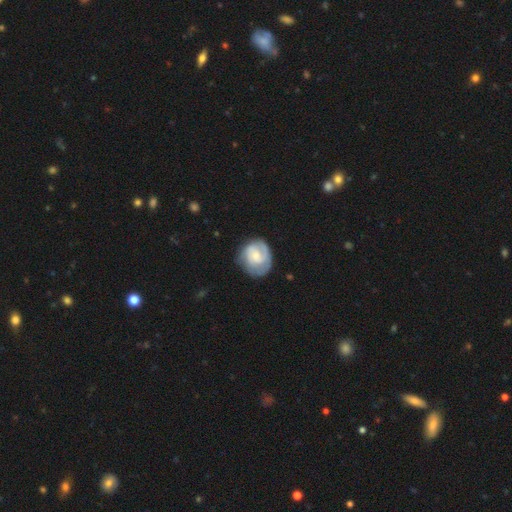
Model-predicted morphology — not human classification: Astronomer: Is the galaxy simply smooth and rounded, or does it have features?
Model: featured or disk — 66%.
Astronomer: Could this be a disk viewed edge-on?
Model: no — 98%.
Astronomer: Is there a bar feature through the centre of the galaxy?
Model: no — 64%.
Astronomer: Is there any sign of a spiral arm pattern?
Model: yes — 86%.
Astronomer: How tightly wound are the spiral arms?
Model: tight — 57% (runner-up: medium, 32%).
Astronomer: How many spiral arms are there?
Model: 2 — 39% (runner-up: can't tell, 30%).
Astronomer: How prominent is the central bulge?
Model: small — 57% (runner-up: moderate, 34%).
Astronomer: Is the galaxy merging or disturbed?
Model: none — 67%.